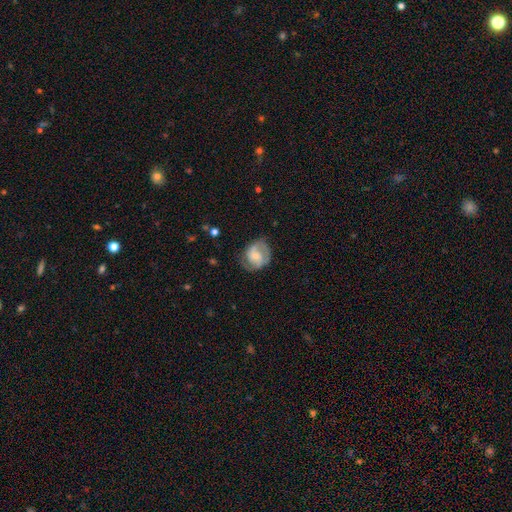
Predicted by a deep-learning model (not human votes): Smooth or featured? Predicted: featured or disk (p=0.58). Edge-on disk? Predicted: no (p=0.97). Bar? Predicted: no (p=0.54). Spiral arms? Predicted: yes (p=0.79). Bulge size? Predicted: small (p=0.49). Merging? Predicted: none (p=0.57).